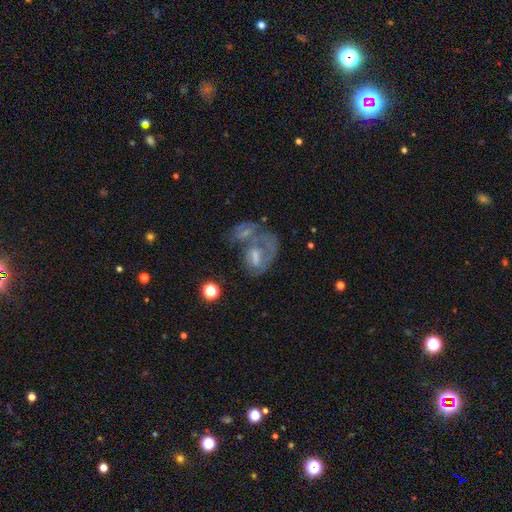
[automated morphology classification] Q: Smooth or featured?
A: featured or disk (59%); runner-up: smooth (27%)
Q: Edge-on disk?
A: no (96%); runner-up: yes (4%)
Q: Bar?
A: no (51%); runner-up: weak (34%)
Q: Spiral arms?
A: no (53%); runner-up: yes (47%)
Q: Bulge size?
A: none (34%); runner-up: moderate (29%)
Q: Merging?
A: merger (45%); runner-up: major disturbance (24%)